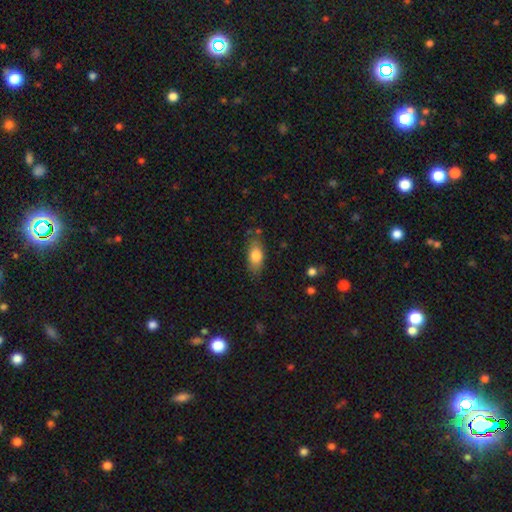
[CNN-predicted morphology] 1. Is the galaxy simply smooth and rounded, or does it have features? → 79% smooth, 14% featured or disk, 7% star or artifact.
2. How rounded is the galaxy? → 85% in between, 10% cigar-shaped, 5% round.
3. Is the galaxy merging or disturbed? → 76% none, 18% minor disturbance, 4% major disturbance, 3% merger.